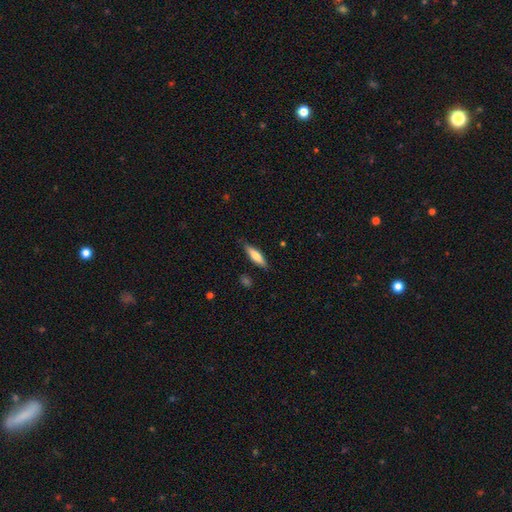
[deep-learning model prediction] Smooth or featured? smooth (66%)
How rounded? cigar-shaped (68%)
Merging? none (84%)